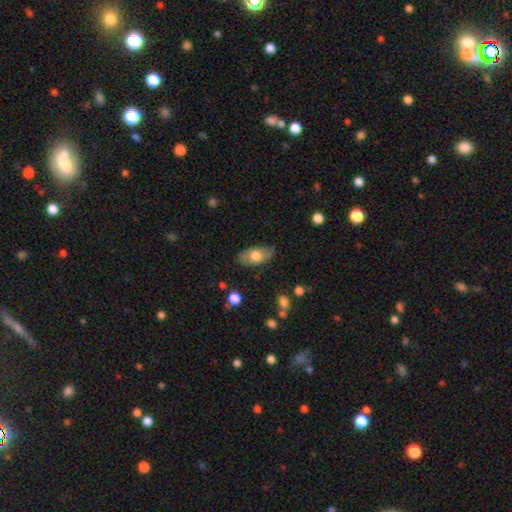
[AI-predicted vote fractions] The model was most divided on "smooth or featured": smooth: 64%, featured or disk: 30%, star or artifact: 6%. More confident: how rounded — in between (91%); merging — none (77%).